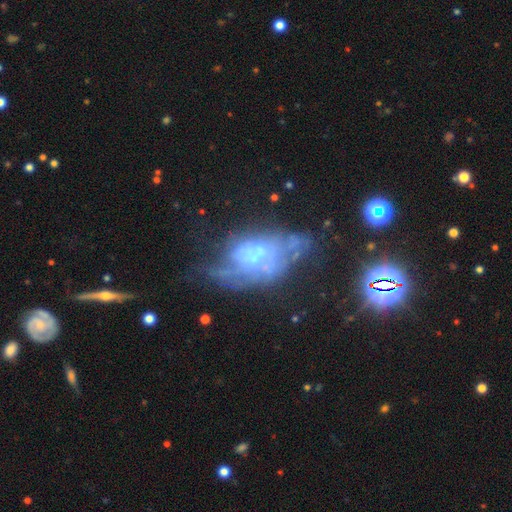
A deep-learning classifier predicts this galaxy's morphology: A featured or disk galaxy (59%) with no bar (84%), no spiral arms (75%) and a small central bulge (34%). Merging: major disturbance (40%).